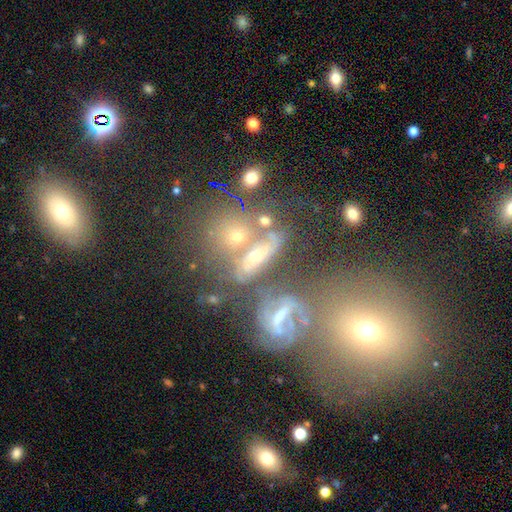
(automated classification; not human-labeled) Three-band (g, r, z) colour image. It shows a featured or disk galaxy (41%). Merging: merger (40%).